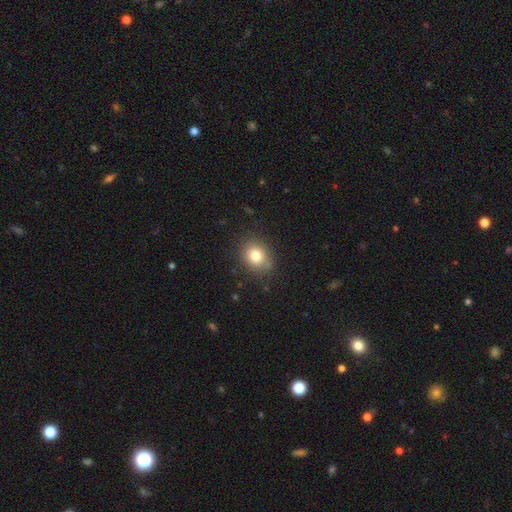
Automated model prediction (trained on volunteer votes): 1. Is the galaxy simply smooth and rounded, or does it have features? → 79% smooth, 11% star or artifact, 9% featured or disk.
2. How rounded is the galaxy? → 63% round, 36% in between, 1% cigar-shaped.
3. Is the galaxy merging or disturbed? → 82% none, 12% minor disturbance, 3% major disturbance, 3% merger.